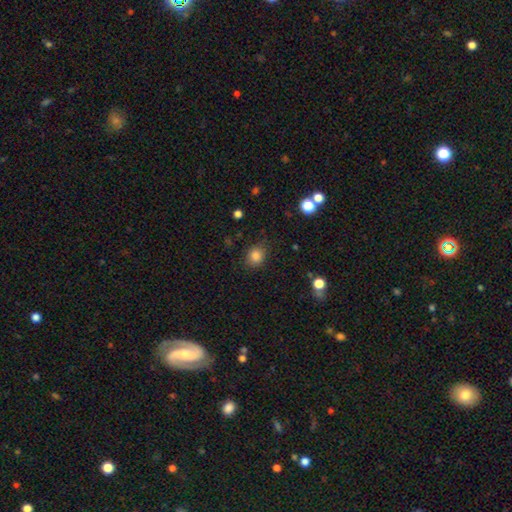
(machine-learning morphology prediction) A smooth galaxy with no disk features (84%) that is round (64%).

Vote fractions:
- Smooth or featured? smooth: 84% / star or artifact: 11% / featured or disk: 5%
- How rounded? round: 64% / in between: 35% / cigar-shaped: 1%
- Merging? none: 82% / minor disturbance: 13% / major disturbance: 4% / merger: 1%